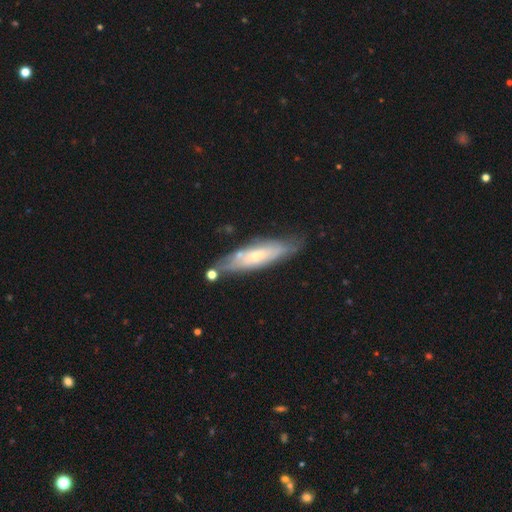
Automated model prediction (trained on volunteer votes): Q: Smooth or featured?
A: featured or disk (52%); runner-up: smooth (41%)
Q: Edge-on disk?
A: yes (52%); runner-up: no (48%)
Q: Merging?
A: none (68%); runner-up: minor disturbance (20%)